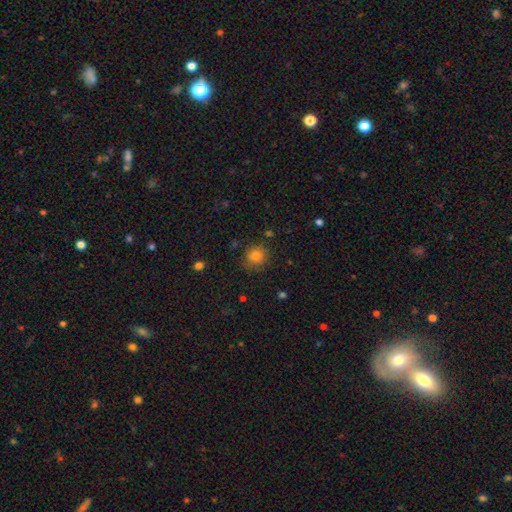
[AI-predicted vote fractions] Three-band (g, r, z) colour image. It shows a smooth galaxy with no disk features (82%) that is round (86%). Merging: none (81%).